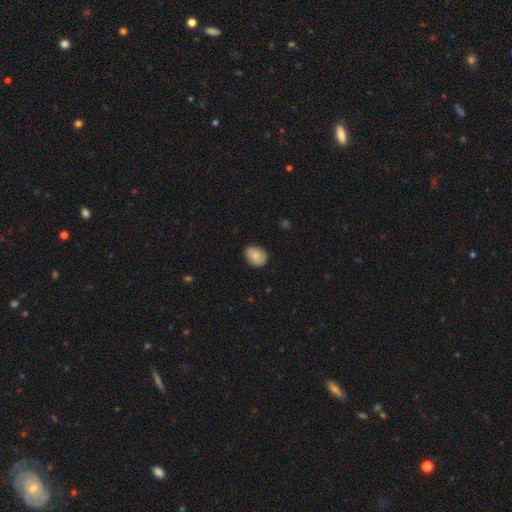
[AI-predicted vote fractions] smooth 84%, featured or disk 9%, star or artifact 7%. Down the decision tree: how rounded — in between (65%); merging — none (82%).